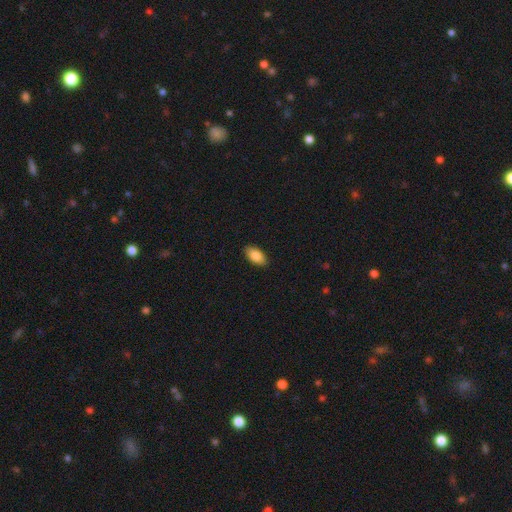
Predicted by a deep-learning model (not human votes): Smooth or featured: smooth — 86% (featured or disk — 7%)
How rounded: in between — 94% (round — 3%)
Merging: none — 89% (minor disturbance — 8%)